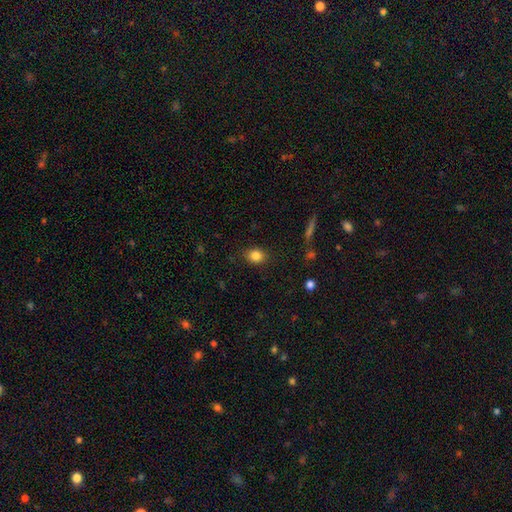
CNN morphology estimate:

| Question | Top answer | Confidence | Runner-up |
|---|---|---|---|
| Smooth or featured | smooth | 84% | star or artifact (10%) |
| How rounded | round | 54% | in between (45%) |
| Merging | none | 85% | minor disturbance (11%) |